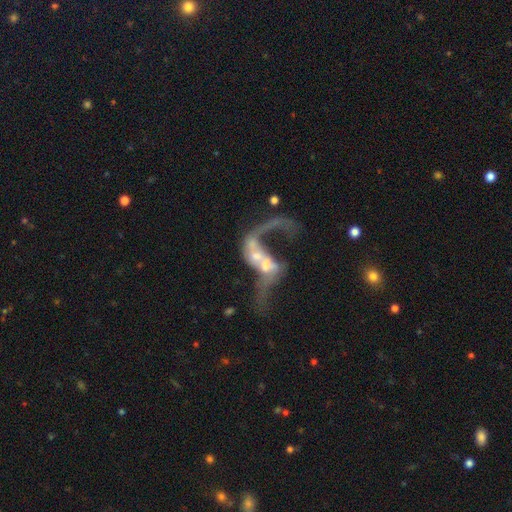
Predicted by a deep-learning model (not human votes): Overall: featured or disk (70%). Edge-on disk: no (94%). Bar: no (61%; weak 27%). Spiral arms: yes (54%; no 46%). Bulge size: moderate (41%; small 25%). Merging: merger (67%).